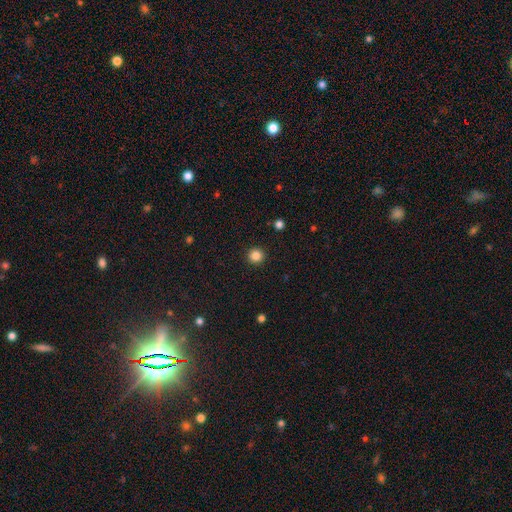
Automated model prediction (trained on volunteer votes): Smooth or featured? smooth (85%)
How rounded? round (95%)
Merging? none (93%)